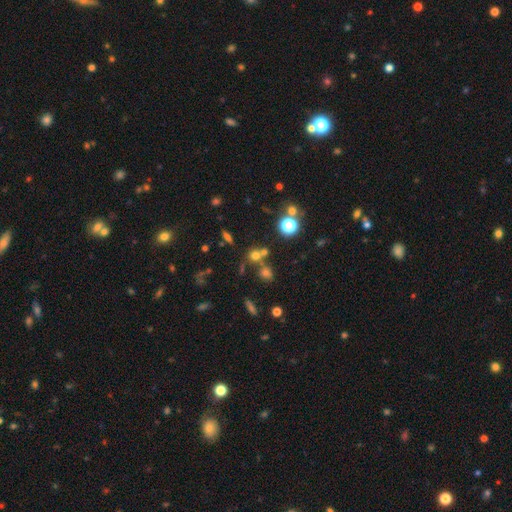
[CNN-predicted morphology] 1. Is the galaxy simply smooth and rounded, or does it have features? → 59% smooth, 29% star or artifact, 12% featured or disk.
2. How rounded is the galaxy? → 83% round, 16% in between, 2% cigar-shaped.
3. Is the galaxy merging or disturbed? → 57% none, 30% merger, 9% minor disturbance, 4% major disturbance.